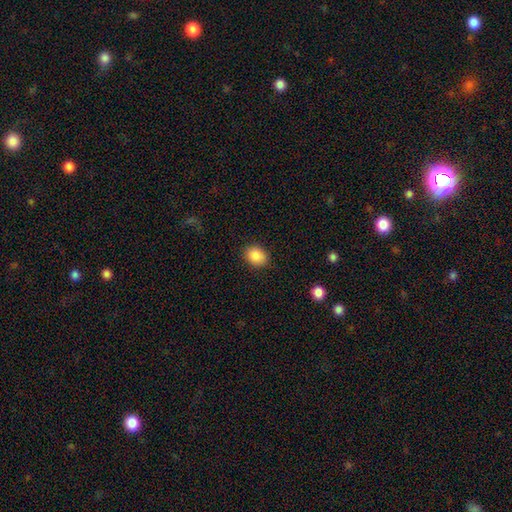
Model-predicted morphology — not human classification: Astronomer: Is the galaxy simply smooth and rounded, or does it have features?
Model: smooth — 88%.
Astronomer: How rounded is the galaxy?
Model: in between — 55% (runner-up: round, 44%).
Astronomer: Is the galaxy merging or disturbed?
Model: none — 86%.